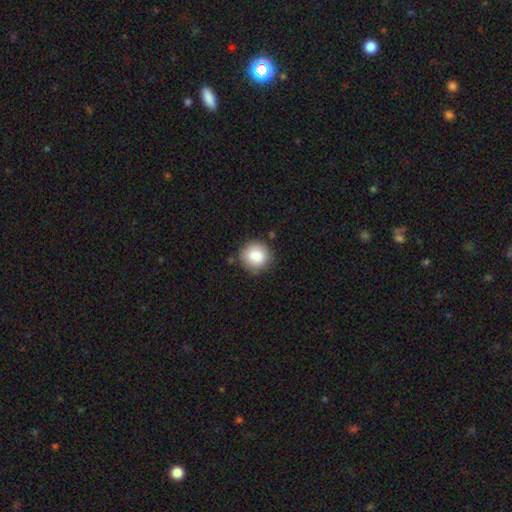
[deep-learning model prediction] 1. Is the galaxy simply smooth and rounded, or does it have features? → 86% smooth, 8% star or artifact, 6% featured or disk.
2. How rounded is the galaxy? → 90% round, 9% in between, 1% cigar-shaped.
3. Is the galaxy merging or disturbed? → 82% none, 12% minor disturbance, 3% major disturbance, 2% merger.